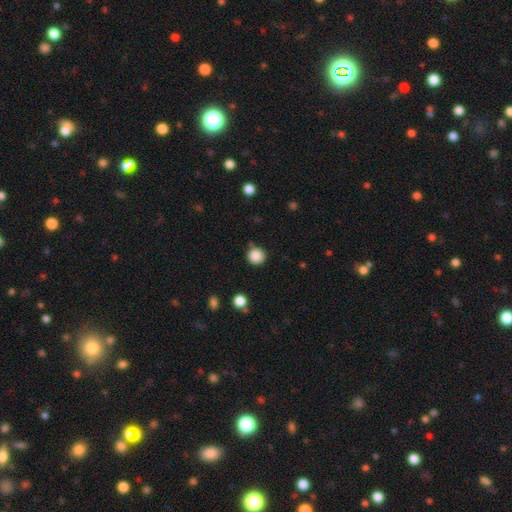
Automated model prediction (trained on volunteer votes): This is clearly a smooth galaxy (87%). How rounded: clearly round (93%). Merging: clearly none (83%).